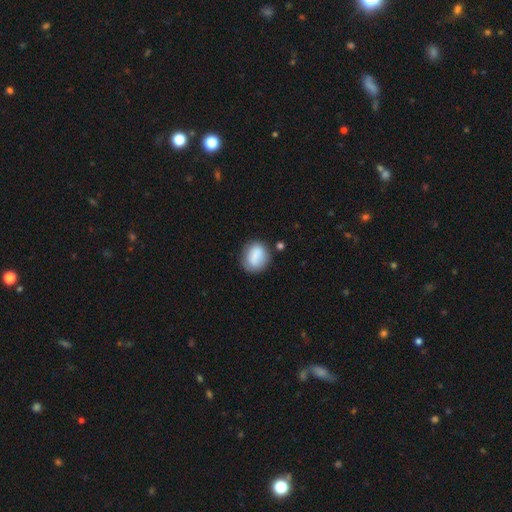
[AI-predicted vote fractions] smooth 80%, featured or disk 12%, star or artifact 7%. Down the decision tree: how rounded — in between (51%); merging — none (71%).